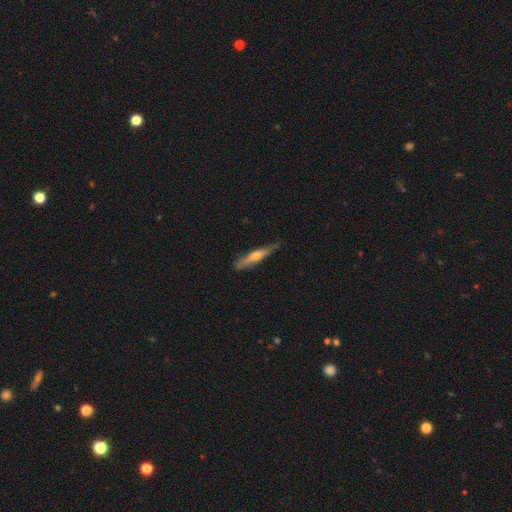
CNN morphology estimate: type=featured or disk (55%); edge-on=yes (93%); edge-on bulge=rounded (78%); merging=none (78%).